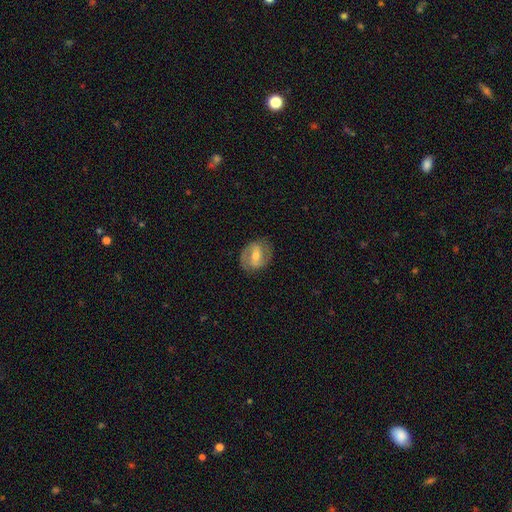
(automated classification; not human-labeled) Smooth or featured? featured or disk (66%)
Edge-on disk? no (95%)
Bar? strong (44%)
Spiral arms? yes (75%)
Bulge size? moderate (57%)
Merging? none (80%)